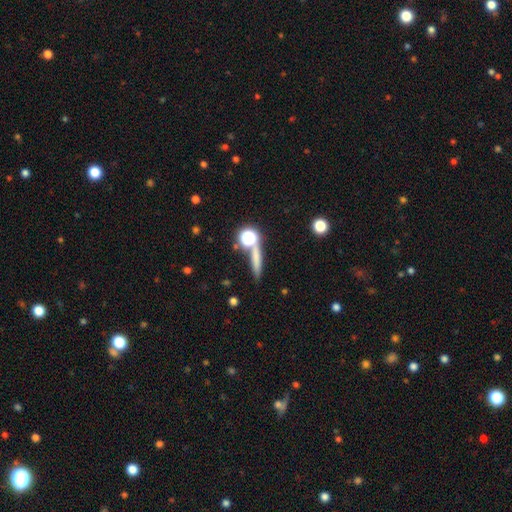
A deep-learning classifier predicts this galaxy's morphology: type=smooth (65%); roundness=cigar-shaped (75%); merging=none (71%).